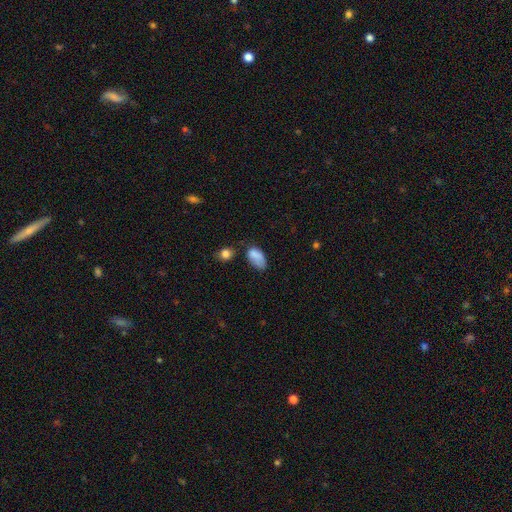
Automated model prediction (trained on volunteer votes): Smooth or featured? Predicted: smooth (p=0.80). How rounded? Predicted: in between (p=0.91). Merging? Predicted: minor disturbance (p=0.36).